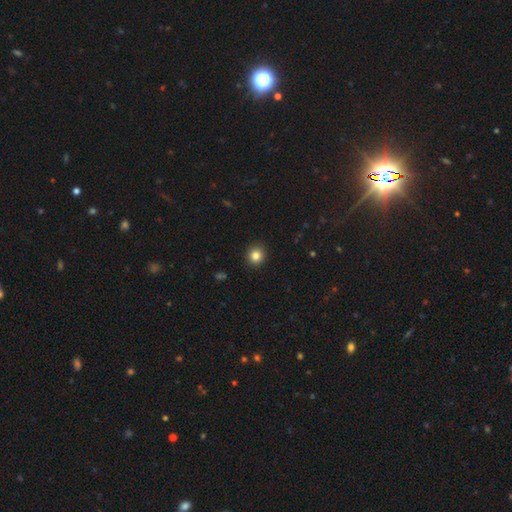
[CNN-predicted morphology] A smooth galaxy with no disk features (84%) that is round (88%).

Vote fractions:
- Smooth or featured? smooth: 84% / star or artifact: 11% / featured or disk: 5%
- How rounded? round: 88% / in between: 11% / cigar-shaped: 1%
- Merging? none: 91% / minor disturbance: 6% / major disturbance: 2% / merger: 1%